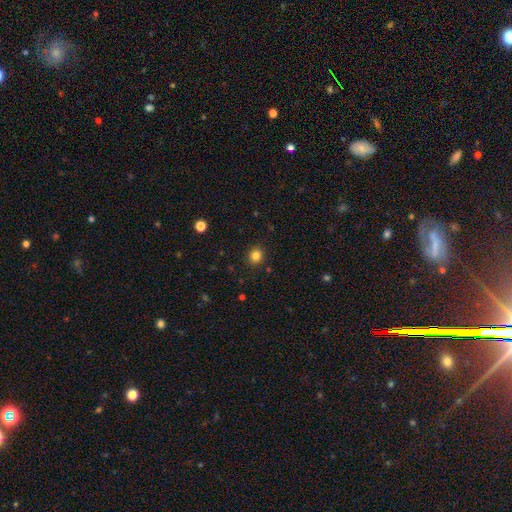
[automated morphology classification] The model was most divided on "how rounded": round: 83%, in between: 16%, cigar-shaped: 1%. More confident: merging — none (90%); smooth or featured — smooth (83%).